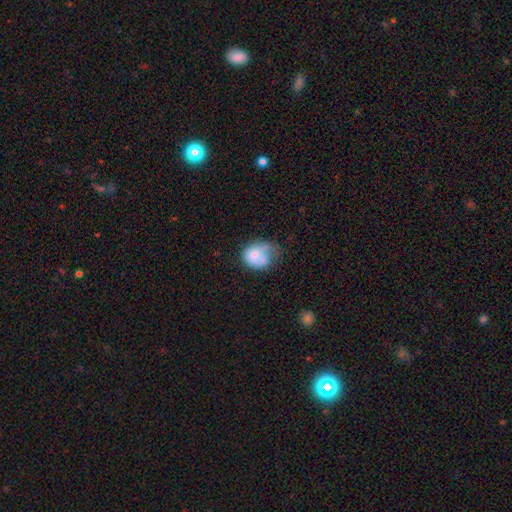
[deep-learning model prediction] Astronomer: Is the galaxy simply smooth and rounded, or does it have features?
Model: smooth — 71%.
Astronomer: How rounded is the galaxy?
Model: round — 52% (runner-up: in between, 47%).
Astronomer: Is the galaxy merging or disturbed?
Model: minor disturbance — 34% (runner-up: major disturbance, 30%).